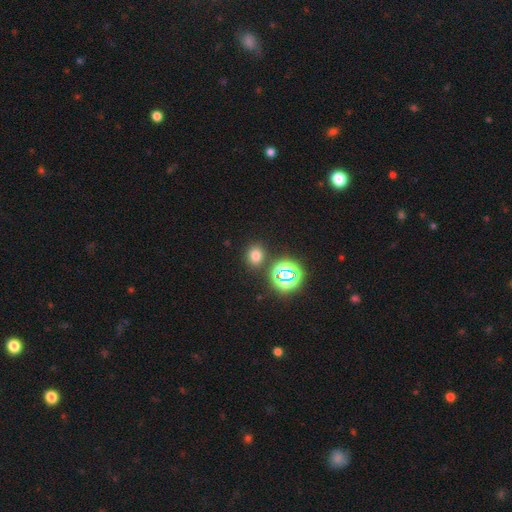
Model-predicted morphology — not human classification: Smooth or featured: smooth — 69% (star or artifact — 24%)
How rounded: round — 60% (in between — 39%)
Merging: none — 84% (minor disturbance — 8%)